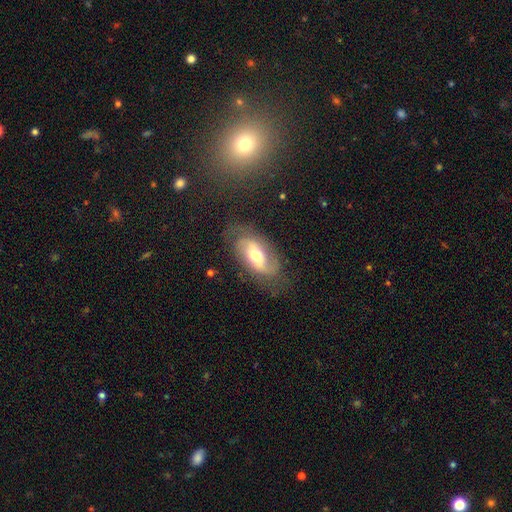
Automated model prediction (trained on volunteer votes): Overall: featured or disk (68%). Edge-on disk: no (92%). Bar: weak (37%; no 35%). Spiral arms: yes (83%). Spiral arm count: 2 (84%). Spiral winding: loose (42%; medium 39%). Bulge size: moderate (68%). Merging: none (67%).